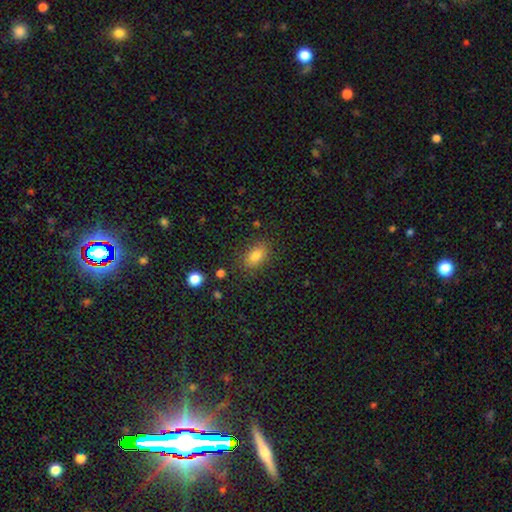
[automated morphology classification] The model was most divided on "merging": none: 83%, minor disturbance: 11%, major disturbance: 3%, merger: 2%. More confident: how rounded — in between (85%); smooth or featured — smooth (83%).